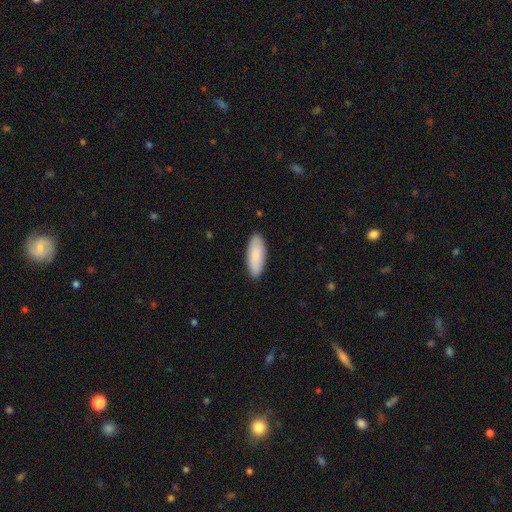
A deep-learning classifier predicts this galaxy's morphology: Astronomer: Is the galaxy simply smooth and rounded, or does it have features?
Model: smooth — 87%.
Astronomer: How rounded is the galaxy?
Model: in between — 74%.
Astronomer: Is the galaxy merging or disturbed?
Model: none — 89%.